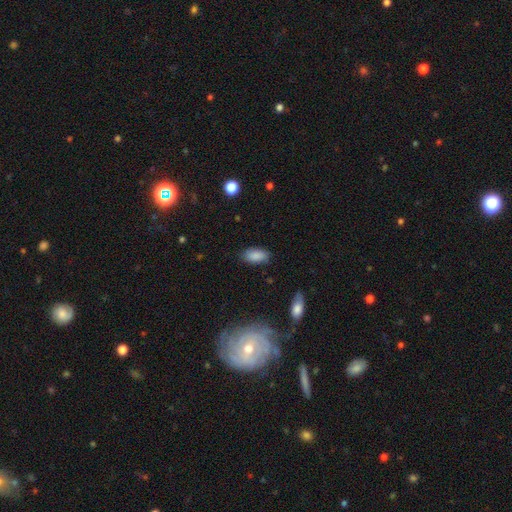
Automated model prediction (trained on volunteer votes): This appears to be a smooth galaxy with no disk features (87%) that is in between round and cigar-shaped (92%). Merging: none (81%).